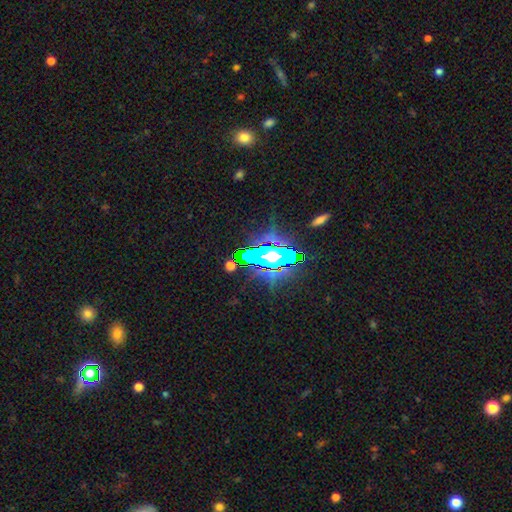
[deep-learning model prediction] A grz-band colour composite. It shows a star or artifact, not a galaxy (54%).